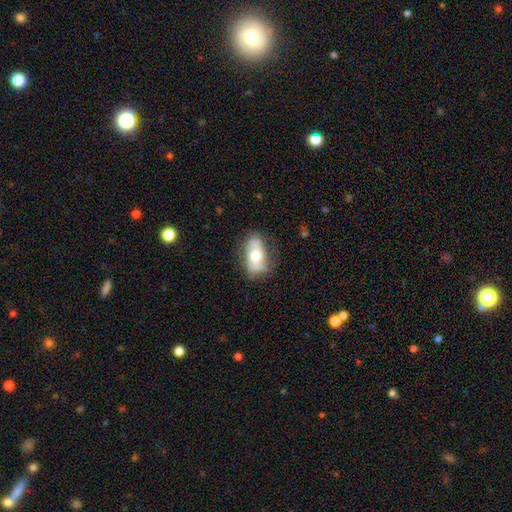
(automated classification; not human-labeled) Smooth or featured? smooth (52%)
How rounded? in between (88%)
Merging? none (70%)